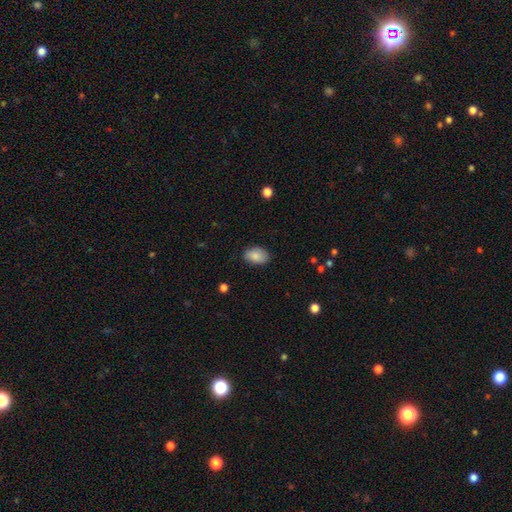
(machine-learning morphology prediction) smooth-or-featured: smooth: 85% | featured or disk: 8% | star or artifact: 7%
  how-rounded: in between: 87% | round: 12% | cigar-shaped: 1%
  merging: none: 81% | minor disturbance: 15% | major disturbance: 3% | merger: 1%